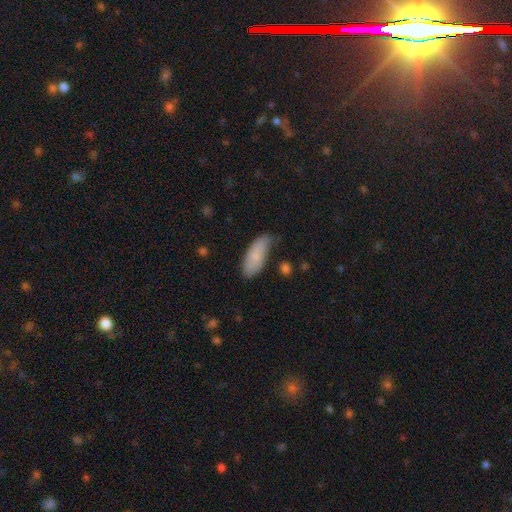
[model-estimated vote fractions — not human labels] smooth_or_featured: smooth (p=0.77) [alt: featured or disk p=0.17]
how_rounded: in between (p=0.82) [alt: cigar-shaped p=0.16]
merging: none (p=0.59) [alt: minor disturbance p=0.31]